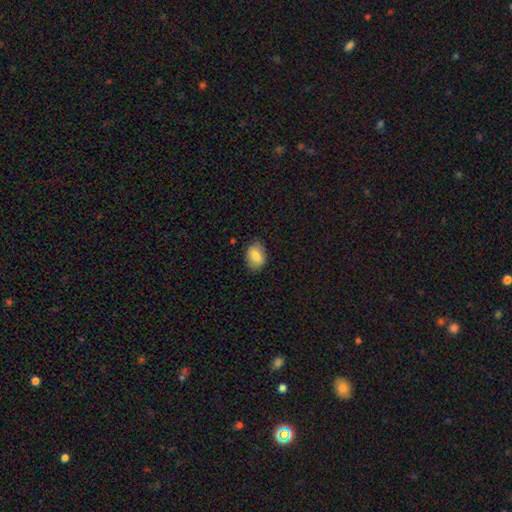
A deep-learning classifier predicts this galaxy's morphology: type=smooth (81%); roundness=in between (75%); merging=none (80%).